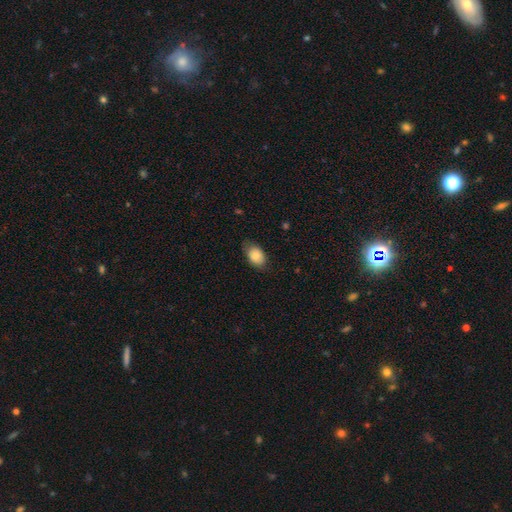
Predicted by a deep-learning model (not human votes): smooth_or_featured: smooth (p=0.83) [alt: featured or disk p=0.10]
how_rounded: in between (p=0.83) [alt: round p=0.16]
merging: none (p=0.73) [alt: minor disturbance p=0.21]